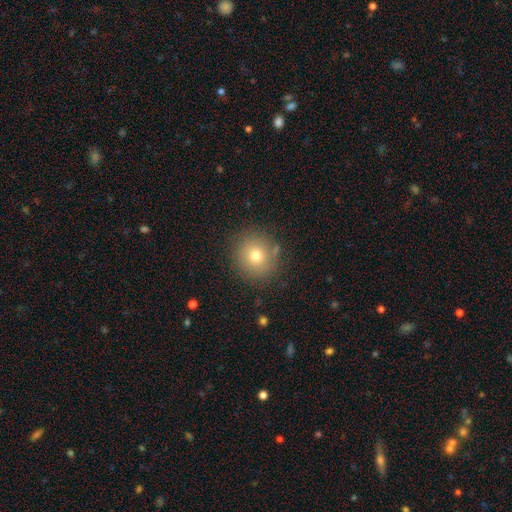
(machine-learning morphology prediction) The model was most divided on "smooth or featured": smooth: 74%, star or artifact: 14%, featured or disk: 13%. More confident: how rounded — round (90%); merging — none (85%).